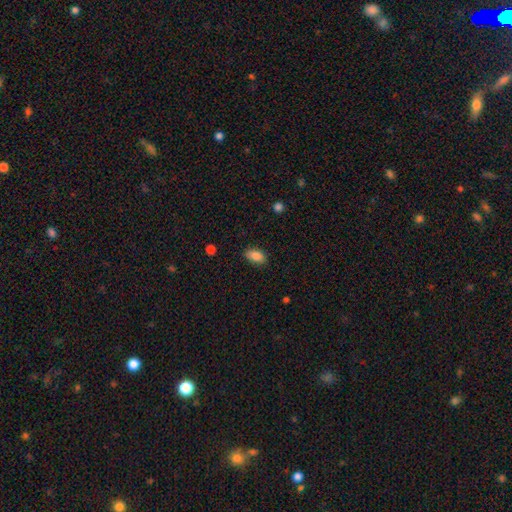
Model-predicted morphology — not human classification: A smooth galaxy with no disk features (87%) that is in between round and cigar-shaped (91%).

Vote fractions:
- Smooth or featured? smooth: 87% / star or artifact: 8% / featured or disk: 5%
- How rounded? in between: 91% / round: 4% / cigar-shaped: 4%
- Merging? none: 83% / minor disturbance: 13% / major disturbance: 3% / merger: 1%